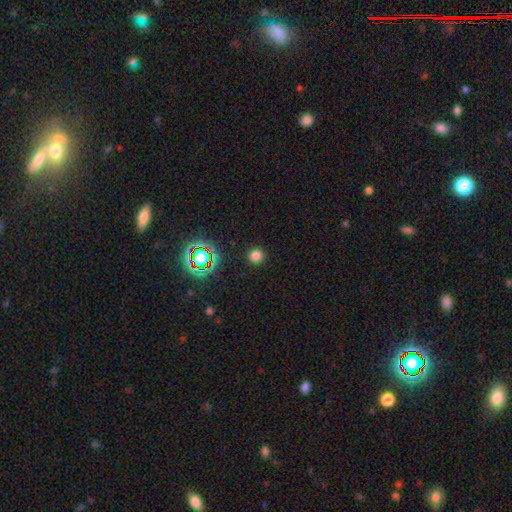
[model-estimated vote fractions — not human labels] smooth 77%, star or artifact 19%, featured or disk 5%. Down the decision tree: how rounded — round (92%); merging — none (91%).